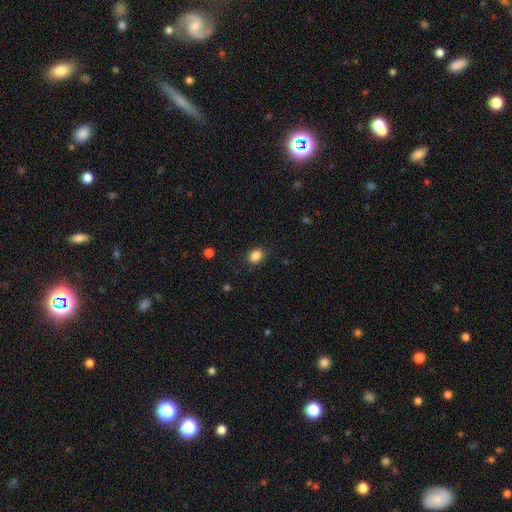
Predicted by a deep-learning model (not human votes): Smooth or featured? smooth (86%)
How rounded? in between (70%)
Merging? none (86%)